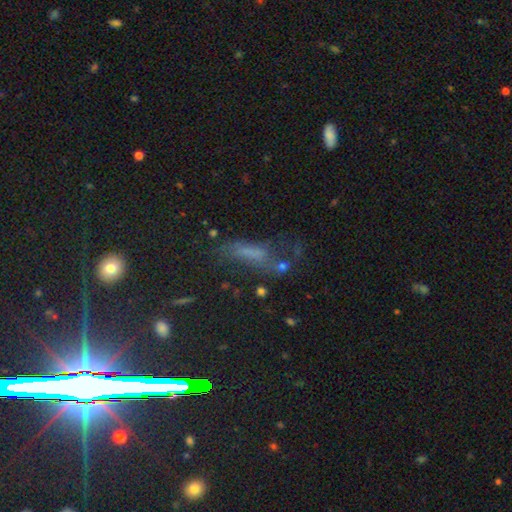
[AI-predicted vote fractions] Smooth or featured? Predicted: star or artifact (p=0.51).